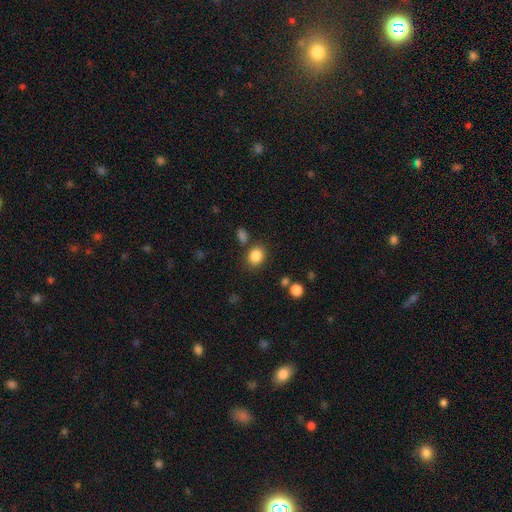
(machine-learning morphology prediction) Smooth or featured? smooth (85%)
How rounded? round (55%)
Merging? none (78%)